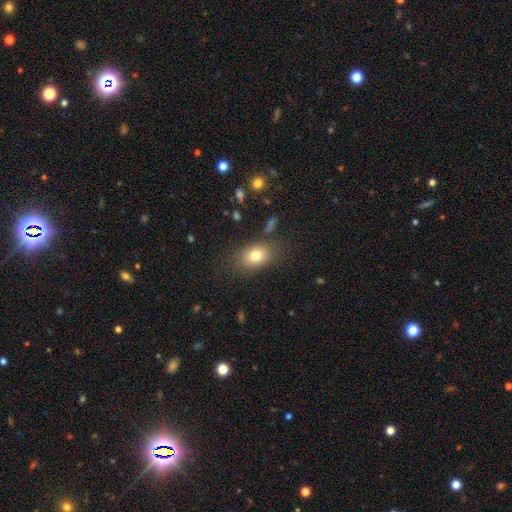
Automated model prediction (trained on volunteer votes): The model was most divided on "how rounded": in between: 75%, round: 23%, cigar-shaped: 2%. More confident: merging — none (79%); smooth or featured — smooth (77%).